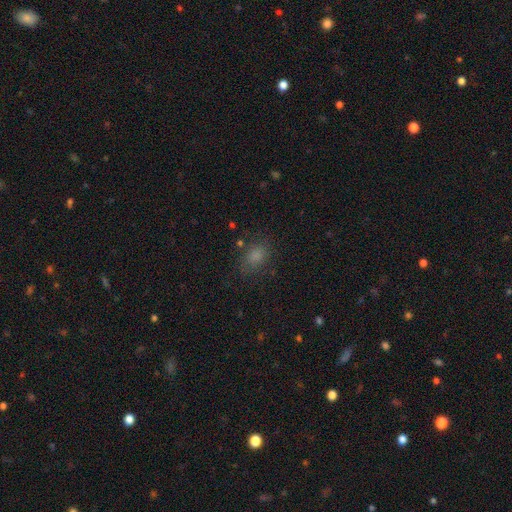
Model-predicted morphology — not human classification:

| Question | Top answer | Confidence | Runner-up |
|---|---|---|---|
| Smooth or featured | smooth | 77% | star or artifact (16%) |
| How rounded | in between | 66% | round (33%) |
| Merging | none | 73% | minor disturbance (17%) |